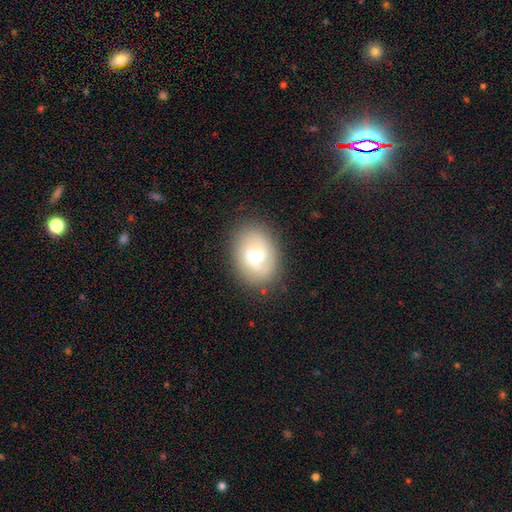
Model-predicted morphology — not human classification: The model was most divided on "bulge size": small: 48%, moderate: 45%, large: 5%, none: 2%, dominant: 1%. More confident: edge-on disk — no (96%); spiral arms — yes (83%); merging — none (80%); smooth or featured — featured or disk (58%); bar — no (51%).